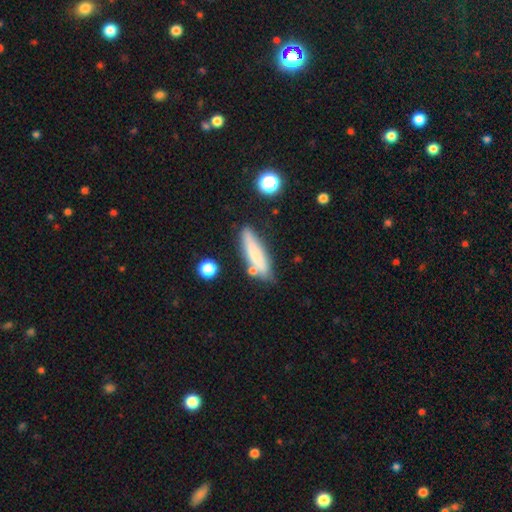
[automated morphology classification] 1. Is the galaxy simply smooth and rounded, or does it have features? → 69% smooth, 23% featured or disk, 8% star or artifact.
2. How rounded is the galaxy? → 76% cigar-shaped, 22% in between, 2% round.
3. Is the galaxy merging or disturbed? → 68% none, 17% minor disturbance, 10% merger, 5% major disturbance.